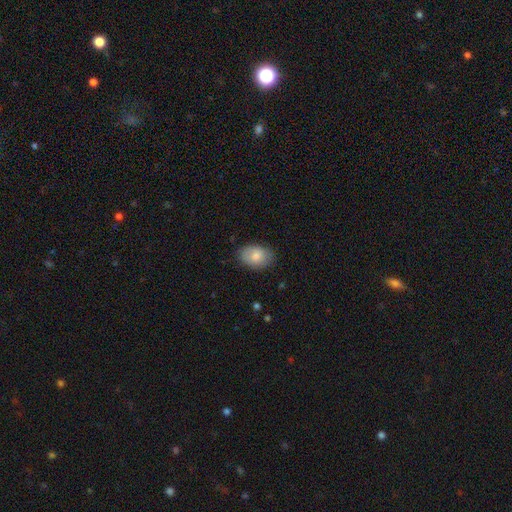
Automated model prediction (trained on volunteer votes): Smooth or featured: smooth — 76% (featured or disk — 17%)
How rounded: in between — 82% (round — 16%)
Merging: none — 79% (minor disturbance — 17%)